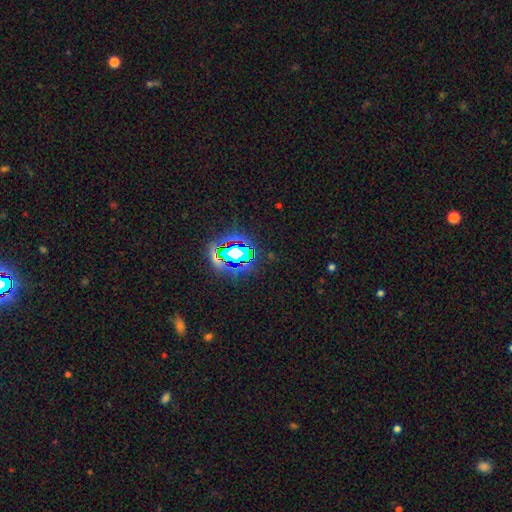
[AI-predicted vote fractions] This appears to be a star or artifact, not a galaxy (77%).